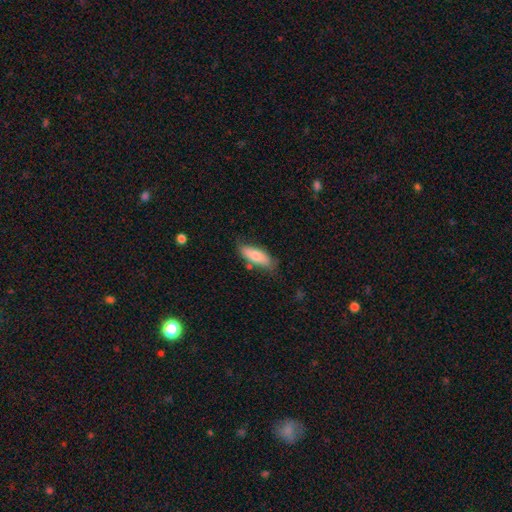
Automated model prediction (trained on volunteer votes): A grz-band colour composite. It shows a smooth galaxy with no disk features (75%) that is in between round and cigar-shaped (68%). Merging: none (71%).